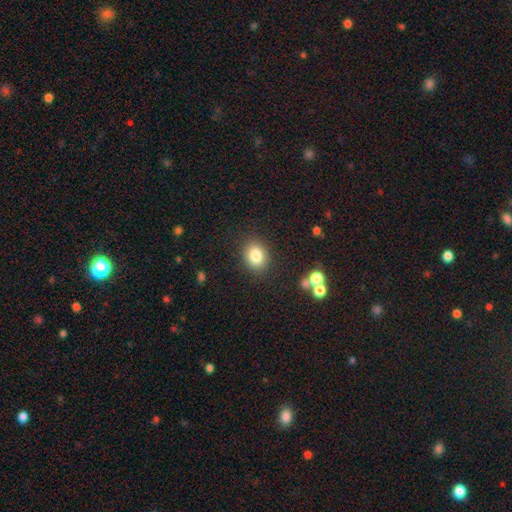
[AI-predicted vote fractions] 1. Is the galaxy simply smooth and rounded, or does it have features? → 82% smooth, 11% star or artifact, 8% featured or disk.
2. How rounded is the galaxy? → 52% round, 47% in between, 1% cigar-shaped.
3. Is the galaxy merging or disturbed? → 86% none, 9% minor disturbance, 3% major disturbance, 2% merger.